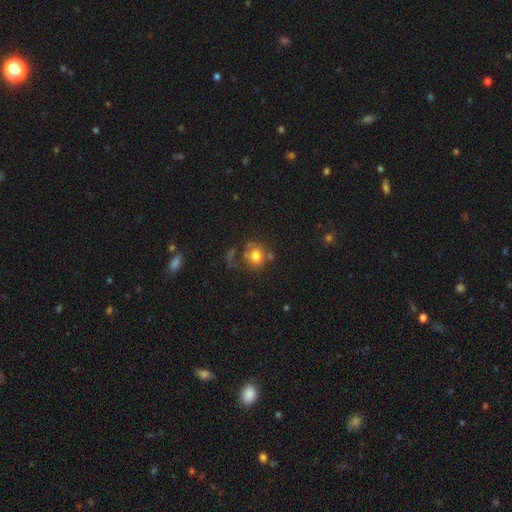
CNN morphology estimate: Smooth or featured: smooth — 76% (featured or disk — 13%)
How rounded: round — 74% (in between — 25%)
Merging: none — 55% (minor disturbance — 17%)